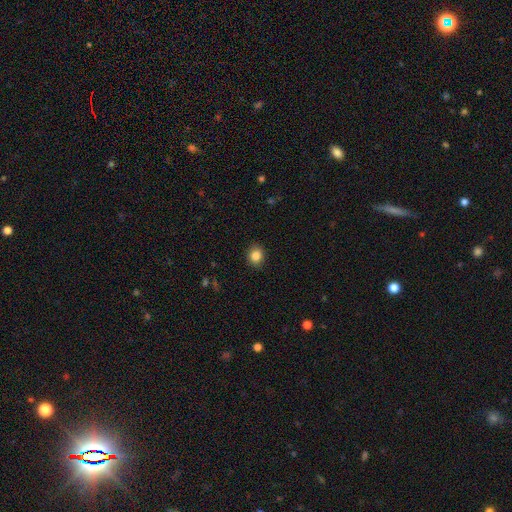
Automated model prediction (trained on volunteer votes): This is clearly a smooth galaxy (85%). How rounded: likely round (72%). Merging: clearly none (90%).